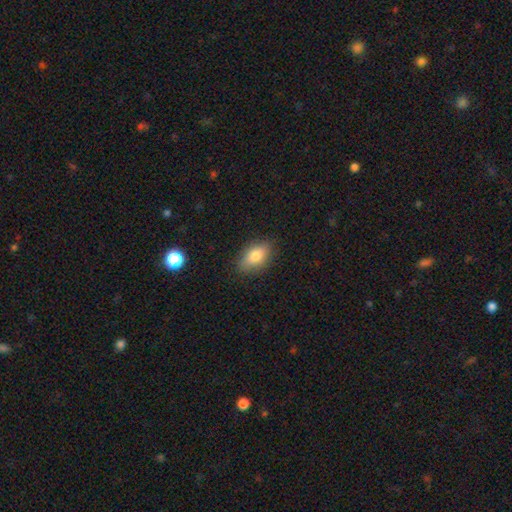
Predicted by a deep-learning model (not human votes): The model was most divided on "smooth or featured": smooth: 79%, featured or disk: 13%, star or artifact: 8%. More confident: how rounded — in between (87%); merging — none (85%).